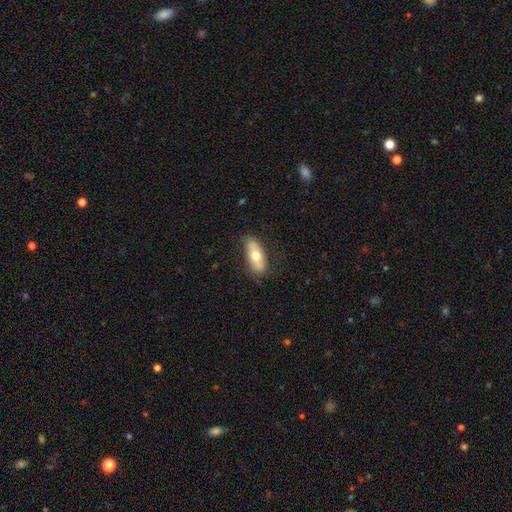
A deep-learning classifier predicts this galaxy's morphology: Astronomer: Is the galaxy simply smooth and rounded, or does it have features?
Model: smooth — 61%.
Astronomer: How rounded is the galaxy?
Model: in between — 79%.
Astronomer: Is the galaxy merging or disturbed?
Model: none — 79%.